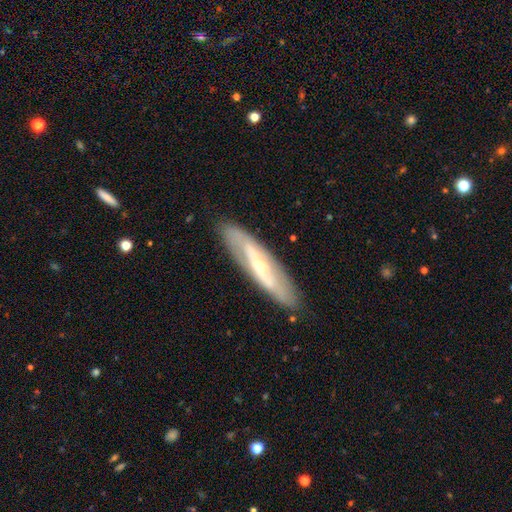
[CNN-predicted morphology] featured or disk 71%, smooth 23%, star or artifact 6%. Down the decision tree: edge-on disk — no (58%); merging — none (86%).